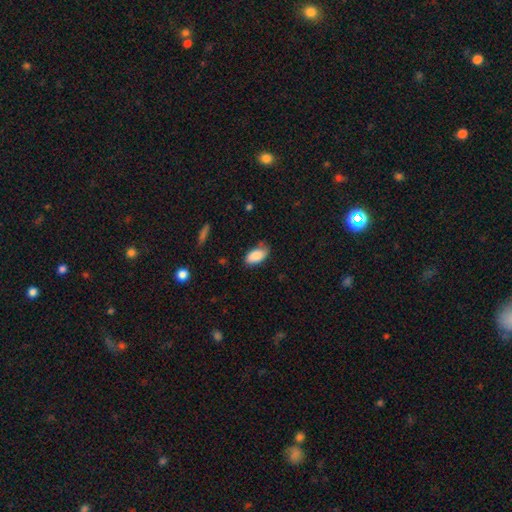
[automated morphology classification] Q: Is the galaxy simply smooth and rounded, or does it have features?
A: smooth — 84%.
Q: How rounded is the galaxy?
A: in between — 94%.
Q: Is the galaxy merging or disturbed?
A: none — 64%.